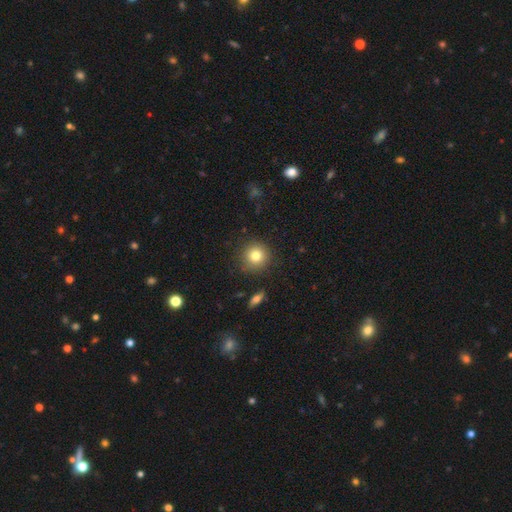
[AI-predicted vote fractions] Overall: smooth (80%). How rounded: round (94%). Merging: none (89%).